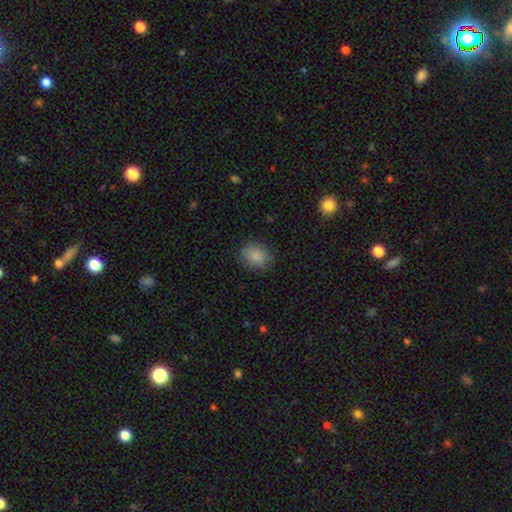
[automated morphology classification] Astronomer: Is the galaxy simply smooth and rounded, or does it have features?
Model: smooth — 87%.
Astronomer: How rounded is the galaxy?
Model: in between — 53% (runner-up: round, 46%).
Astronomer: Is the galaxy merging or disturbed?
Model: none — 83%.